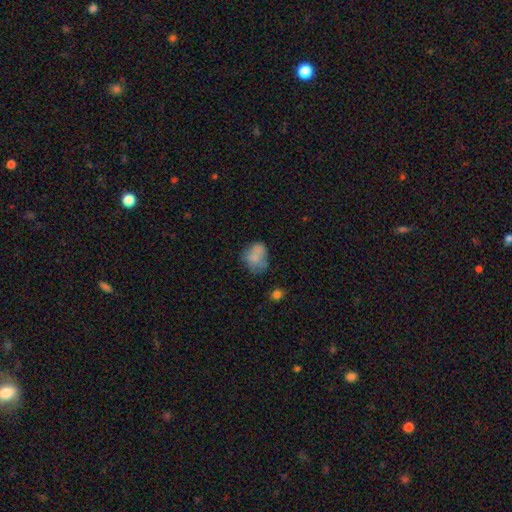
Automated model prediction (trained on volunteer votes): smooth 68%, featured or disk 22%, star or artifact 10%. Down the decision tree: how rounded — in between (51%); merging — none (44%).